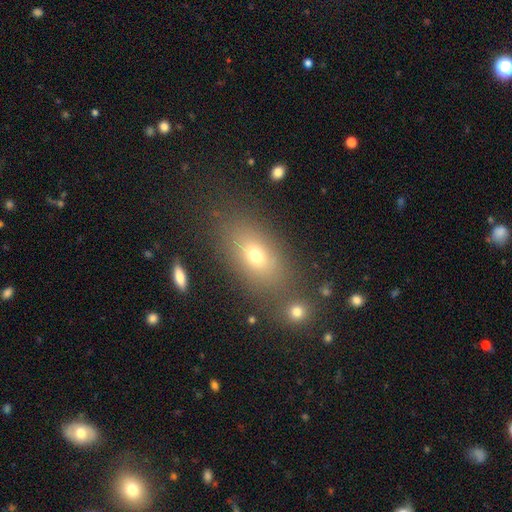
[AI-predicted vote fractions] A smooth galaxy with no disk features (67%) that is in between round and cigar-shaped (80%). Merging: none (76%).